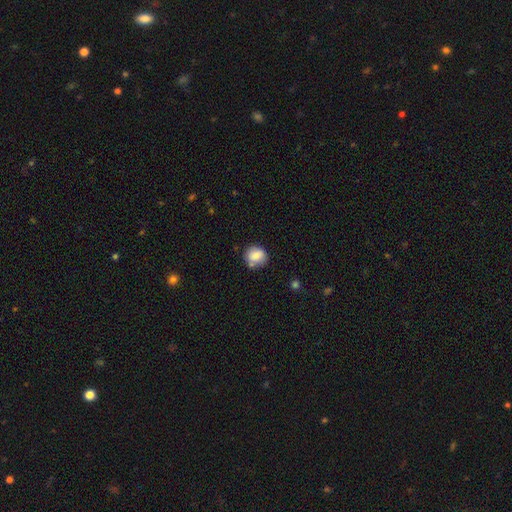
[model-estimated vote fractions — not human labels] A smooth galaxy with no disk features (81%) that is round (83%). Merging: none (68%).